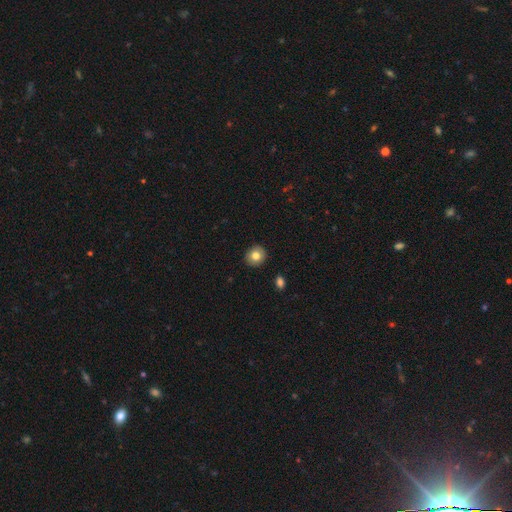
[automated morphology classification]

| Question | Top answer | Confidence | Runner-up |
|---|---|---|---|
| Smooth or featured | smooth | 80% | featured or disk (11%) |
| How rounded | round | 84% | in between (15%) |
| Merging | none | 91% | minor disturbance (6%) |